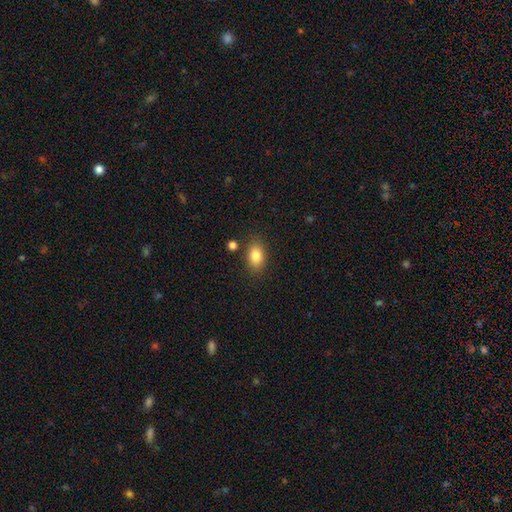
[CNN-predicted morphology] This is clearly a smooth galaxy (84%). How rounded: clearly in between (83%). Merging: clearly none (81%).